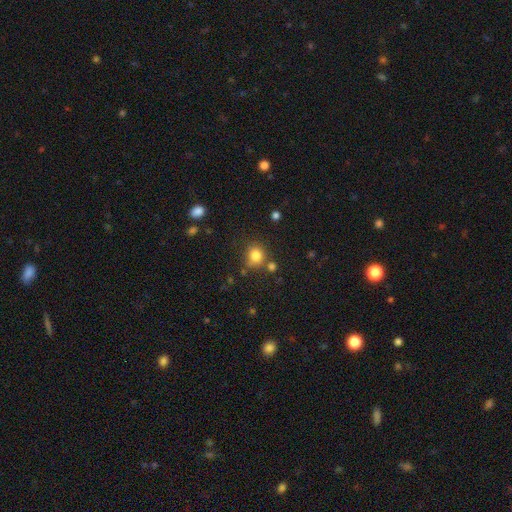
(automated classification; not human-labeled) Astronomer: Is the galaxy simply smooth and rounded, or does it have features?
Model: smooth — 82%.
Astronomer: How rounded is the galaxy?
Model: round — 77%.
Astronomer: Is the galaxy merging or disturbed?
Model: none — 68%.